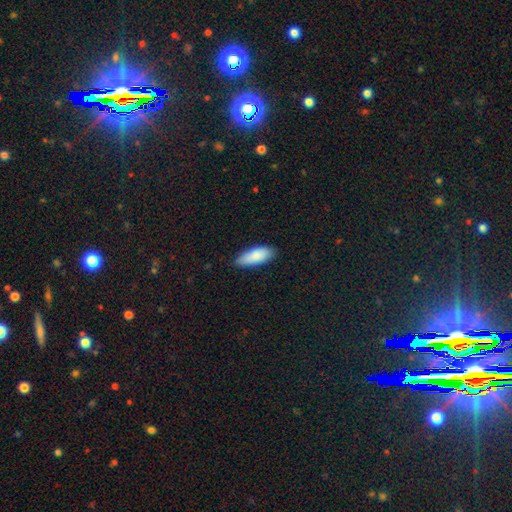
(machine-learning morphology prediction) smooth-or-featured: smooth: 87% | featured or disk: 8% | star or artifact: 6%
  how-rounded: in between: 79% | cigar-shaped: 19% | round: 2%
  merging: none: 78% | minor disturbance: 18% | major disturbance: 3% | merger: 1%